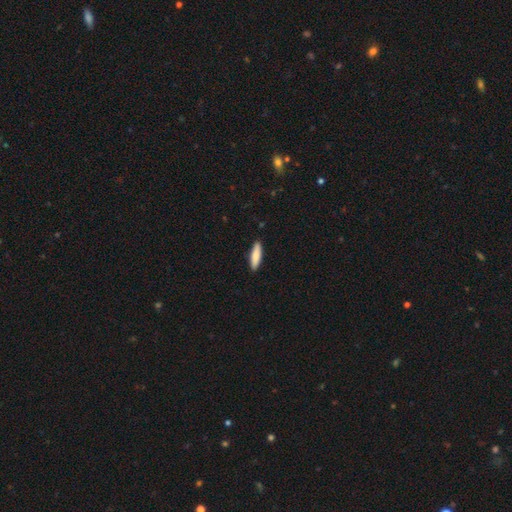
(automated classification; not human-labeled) smooth 82%, featured or disk 13%, star or artifact 5%. Down the decision tree: how rounded — cigar-shaped (69%); merging — none (90%).